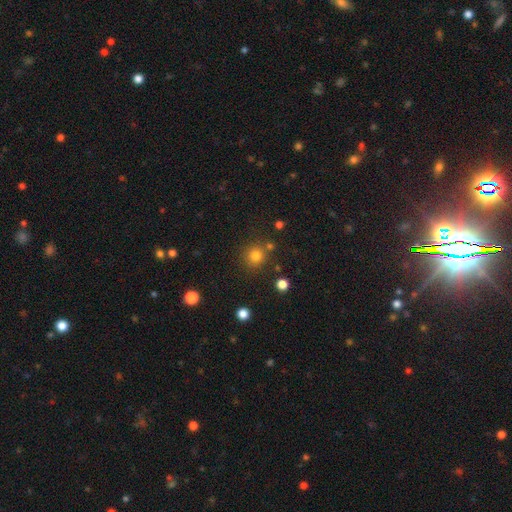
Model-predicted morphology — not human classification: The model was most divided on "smooth or featured": smooth: 79%, star or artifact: 15%, featured or disk: 6%. More confident: how rounded — round (92%); merging — none (81%).